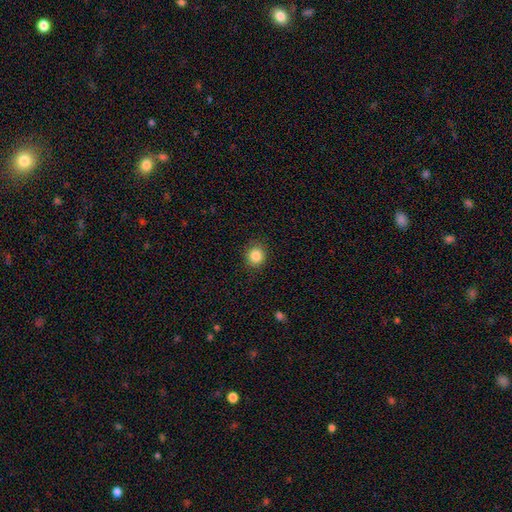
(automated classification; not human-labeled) The model was most divided on "how rounded": round: 82%, in between: 17%, cigar-shaped: 1%. More confident: merging — none (88%); smooth or featured — smooth (85%).